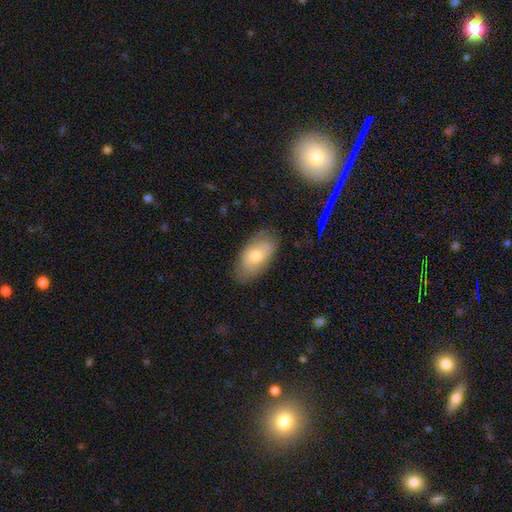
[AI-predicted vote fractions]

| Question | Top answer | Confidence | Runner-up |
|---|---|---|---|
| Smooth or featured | smooth | 66% | featured or disk (27%) |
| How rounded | in between | 93% | round (4%) |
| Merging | none | 74% | minor disturbance (19%) |